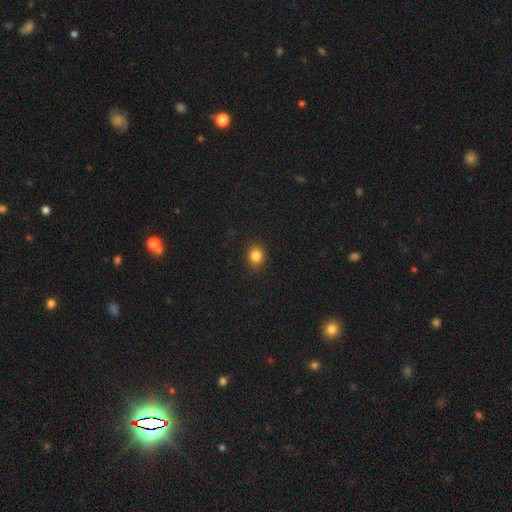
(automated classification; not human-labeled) smooth_or_featured: smooth (p=0.84) [alt: star or artifact p=0.11]
how_rounded: round (p=0.69) [alt: in between p=0.30]
merging: none (p=0.90) [alt: minor disturbance p=0.07]